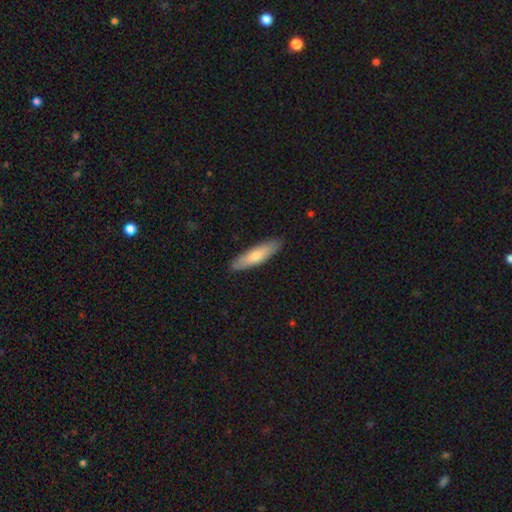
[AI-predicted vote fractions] smooth 72%, featured or disk 23%, star or artifact 5%. Down the decision tree: how rounded — cigar-shaped (70%); merging — none (88%).